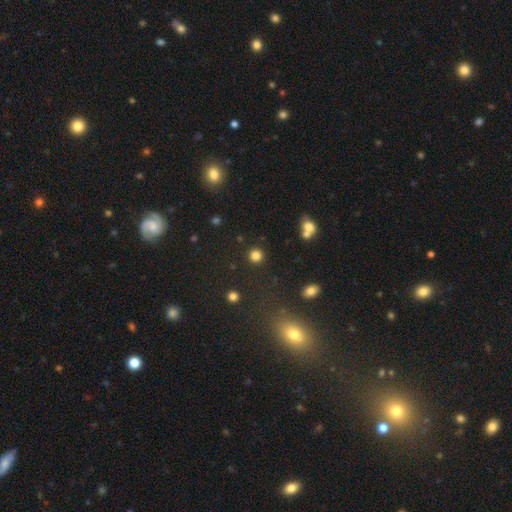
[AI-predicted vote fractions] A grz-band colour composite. It shows a smooth galaxy with no disk features (82%) that is round (93%). Merging: none (89%).